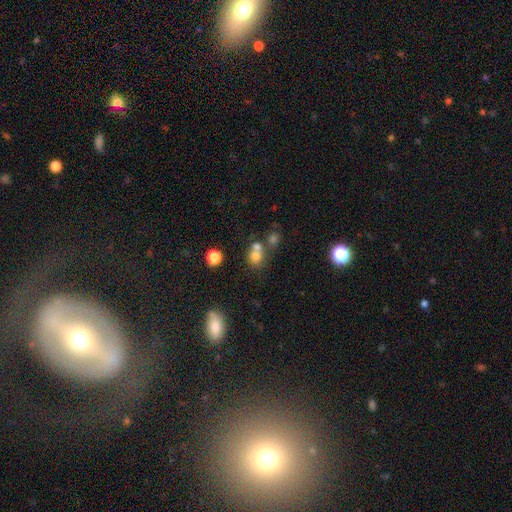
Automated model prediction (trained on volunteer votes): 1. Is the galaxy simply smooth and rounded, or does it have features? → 71% smooth, 16% star or artifact, 12% featured or disk.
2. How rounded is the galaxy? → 77% round, 22% in between, 1% cigar-shaped.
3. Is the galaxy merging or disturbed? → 47% merger, 41% none, 8% minor disturbance, 4% major disturbance.